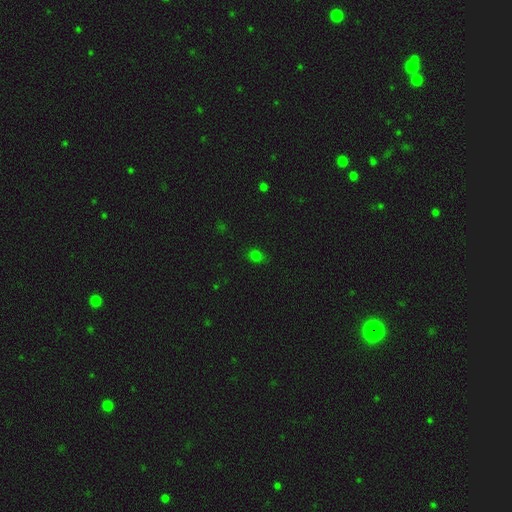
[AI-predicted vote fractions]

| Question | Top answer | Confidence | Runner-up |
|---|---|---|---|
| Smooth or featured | smooth | 75% | star or artifact (20%) |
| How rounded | round | 59% | in between (40%) |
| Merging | none | 83% | minor disturbance (13%) |